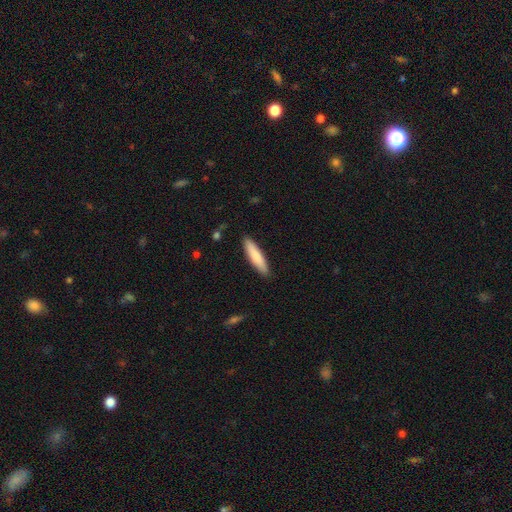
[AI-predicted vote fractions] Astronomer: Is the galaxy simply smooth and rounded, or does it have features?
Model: smooth — 82%.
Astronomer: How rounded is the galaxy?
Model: cigar-shaped — 80%.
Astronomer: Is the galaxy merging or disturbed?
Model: none — 89%.